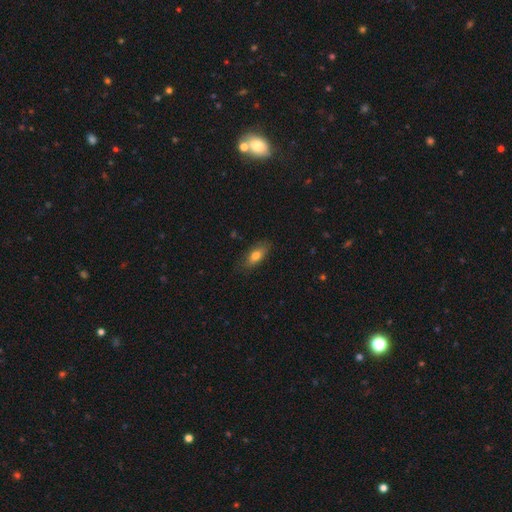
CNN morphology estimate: Smooth or featured? smooth (76%)
How rounded? in between (79%)
Merging? none (81%)